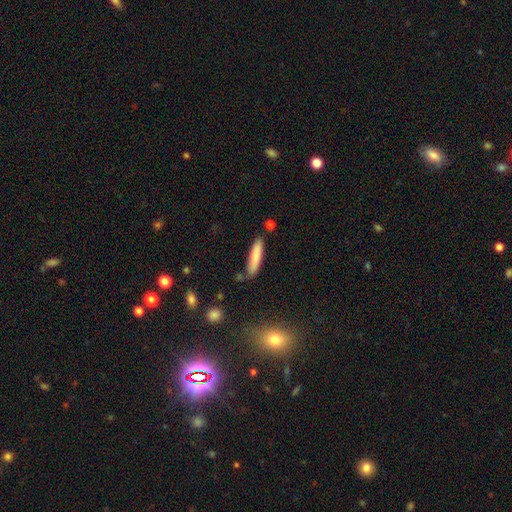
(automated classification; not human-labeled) Smooth or featured? Predicted: smooth (p=0.82). How rounded? Predicted: cigar-shaped (p=0.80). Merging? Predicted: none (p=0.76).